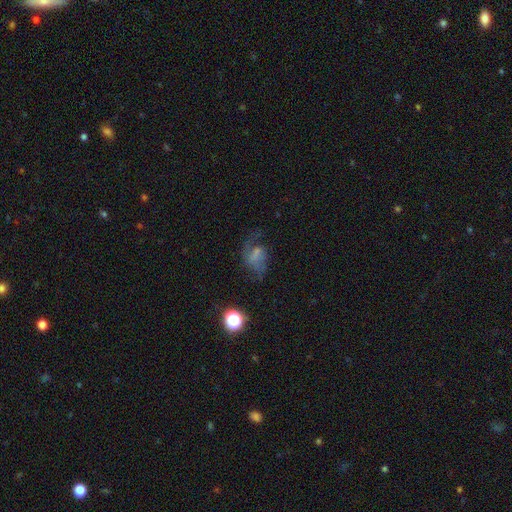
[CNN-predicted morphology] This is possibly a featured or disk galaxy (56%). It is clearly not viewed edge-on (97%). Bar: possibly no (46%). Spiral arm pattern: likely yes (79%). Central bulge: possibly none (52%). Merging: marginally none (44%).